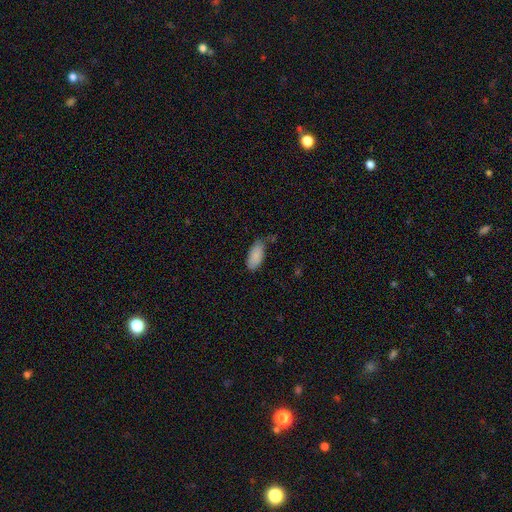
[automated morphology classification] Q: Smooth or featured?
A: smooth (87%); runner-up: star or artifact (7%)
Q: How rounded?
A: in between (92%); runner-up: cigar-shaped (7%)
Q: Merging?
A: none (58%); runner-up: minor disturbance (31%)